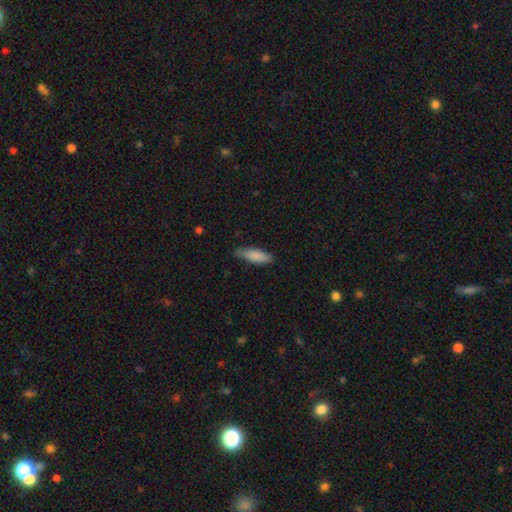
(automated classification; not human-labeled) Smooth or featured: smooth — 85% (featured or disk — 9%)
How rounded: in between — 51% (cigar-shaped — 47%)
Merging: none — 72% (minor disturbance — 23%)